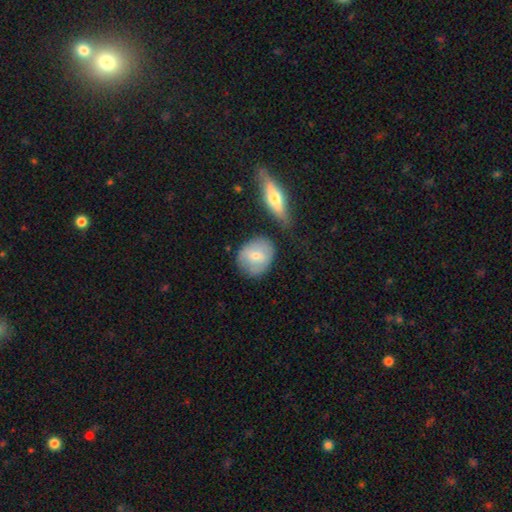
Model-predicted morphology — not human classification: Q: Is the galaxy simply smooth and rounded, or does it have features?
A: smooth — 62%.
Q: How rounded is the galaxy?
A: round — 62%.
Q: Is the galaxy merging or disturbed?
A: none — 66%.